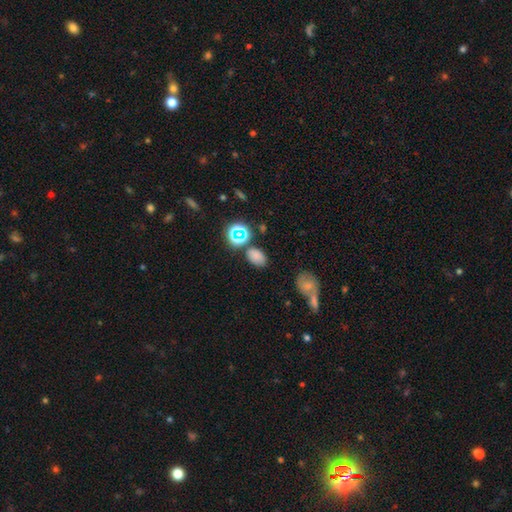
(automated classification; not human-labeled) smooth_or_featured: smooth (p=0.75) [alt: star or artifact p=0.19]
how_rounded: in between (p=0.82) [alt: round p=0.17]
merging: none (p=0.73) [alt: minor disturbance p=0.13]